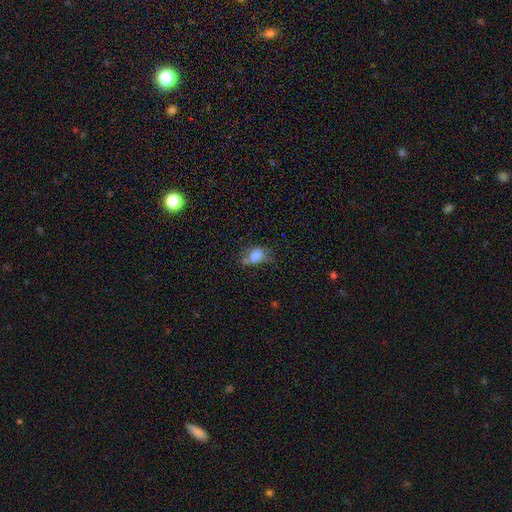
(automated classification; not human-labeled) Q: Smooth or featured?
A: smooth (69%); runner-up: featured or disk (18%)
Q: How rounded?
A: in between (77%); runner-up: round (21%)
Q: Merging?
A: none (34%); runner-up: minor disturbance (27%)